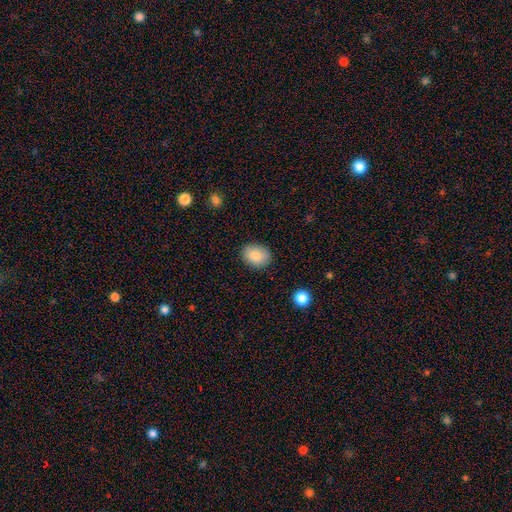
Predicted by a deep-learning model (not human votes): This is clearly a smooth galaxy (86%). How rounded: possibly in between (57%). Merging: clearly none (86%).